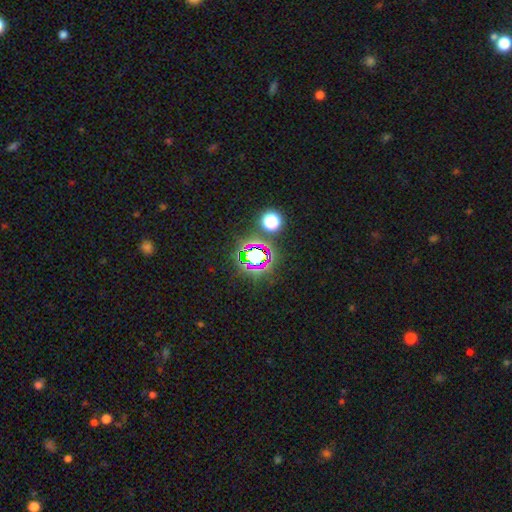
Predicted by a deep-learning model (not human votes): Smooth or featured: star or artifact — 66% (smooth — 21%)